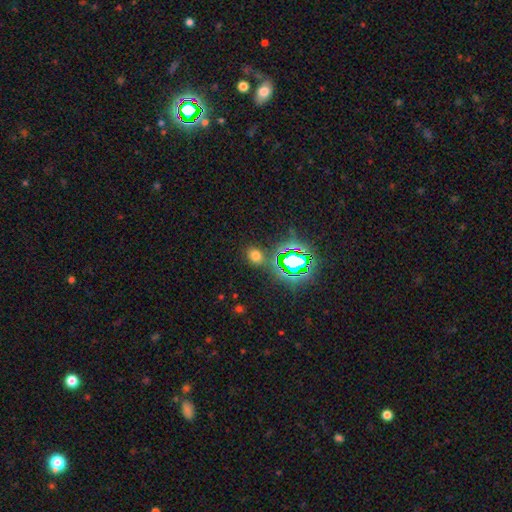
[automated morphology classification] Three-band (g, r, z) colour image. It shows a smooth galaxy with no disk features (59%) that is round (52%). Merging: none (81%).